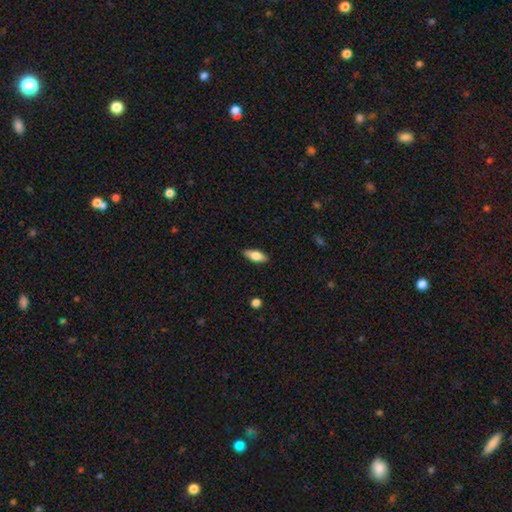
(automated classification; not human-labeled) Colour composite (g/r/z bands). It shows a smooth galaxy with no disk features (72%) that is in between round and cigar-shaped (74%). Merging: none (87%).